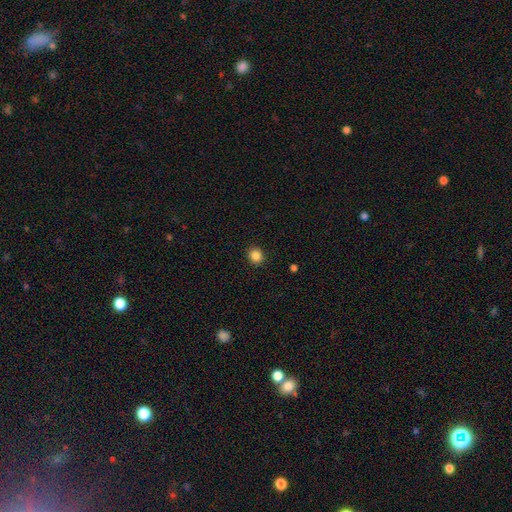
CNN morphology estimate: Overall: smooth (86%). How rounded: round (83%). Merging: none (92%).